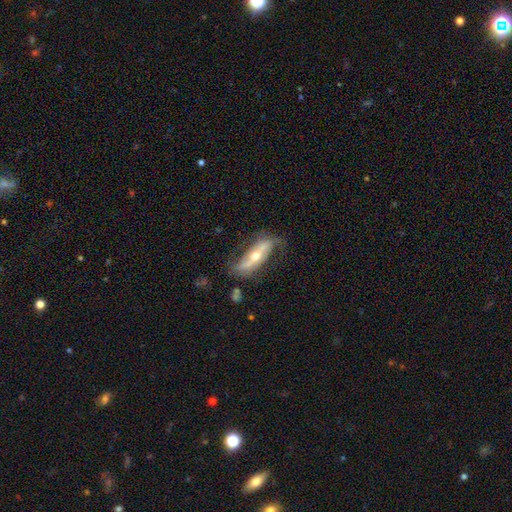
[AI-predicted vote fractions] Smooth or featured? featured or disk (72%)
Edge-on disk? no (68%)
Merging? none (64%)